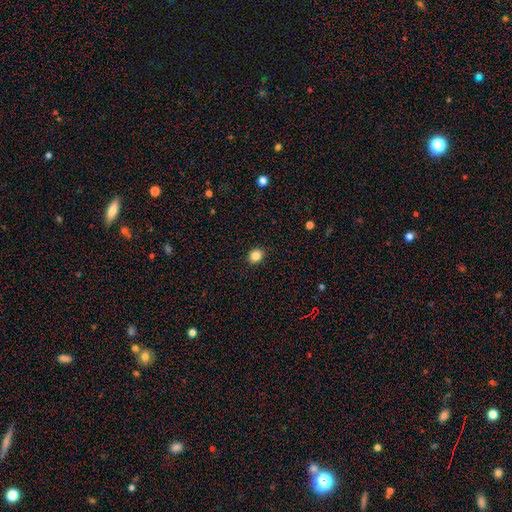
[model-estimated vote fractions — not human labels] Q: Smooth or featured?
A: smooth (85%); runner-up: star or artifact (11%)
Q: How rounded?
A: round (67%); runner-up: in between (32%)
Q: Merging?
A: none (91%); runner-up: minor disturbance (6%)